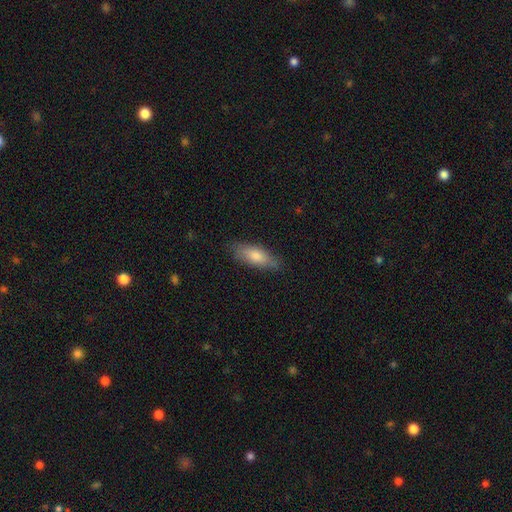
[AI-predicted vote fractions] Q: Smooth or featured?
A: smooth (69%); runner-up: featured or disk (23%)
Q: How rounded?
A: in between (54%); runner-up: cigar-shaped (43%)
Q: Merging?
A: none (85%); runner-up: minor disturbance (12%)